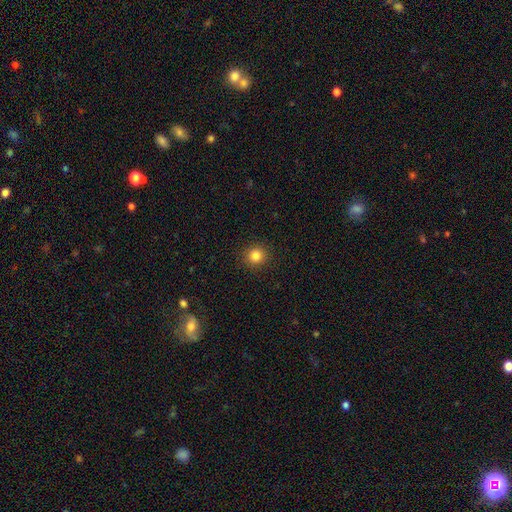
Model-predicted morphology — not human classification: Smooth or featured? Predicted: smooth (p=0.83). How rounded? Predicted: round (p=0.92). Merging? Predicted: none (p=0.92).